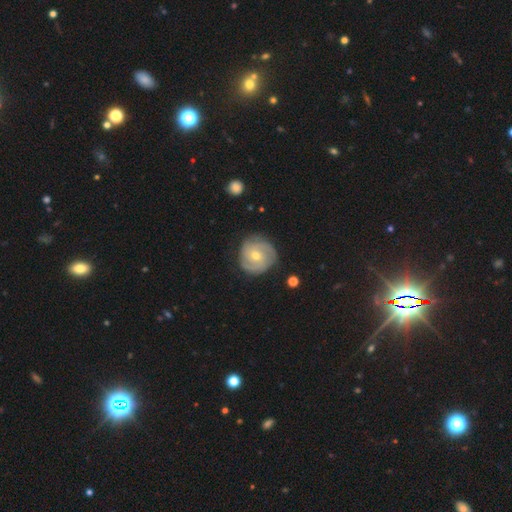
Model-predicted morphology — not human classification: Q: Smooth or featured?
A: featured or disk (78%); runner-up: smooth (17%)
Q: Edge-on disk?
A: no (98%); runner-up: yes (2%)
Q: Bar?
A: no (68%); runner-up: weak (26%)
Q: Spiral arms?
A: yes (93%); runner-up: no (7%)
Q: Spiral winding?
A: tight (64%); runner-up: medium (29%)
Q: Spiral arm count?
A: 3 (33%); runner-up: 2 (32%)
Q: Bulge size?
A: moderate (57%); runner-up: small (39%)
Q: Merging?
A: none (80%); runner-up: minor disturbance (15%)